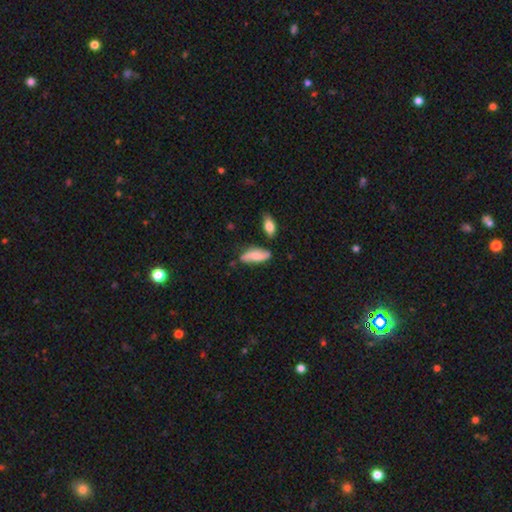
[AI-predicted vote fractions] Smooth or featured?
  - smooth: 55% *
  - featured or disk: 37%
  - star or artifact: 7%
How rounded?
  - in between: 70% *
  - cigar-shaped: 27%
  - round: 3%
Merging?
  - none: 63% *
  - minor disturbance: 24%
  - merger: 7%
  - major disturbance: 6%